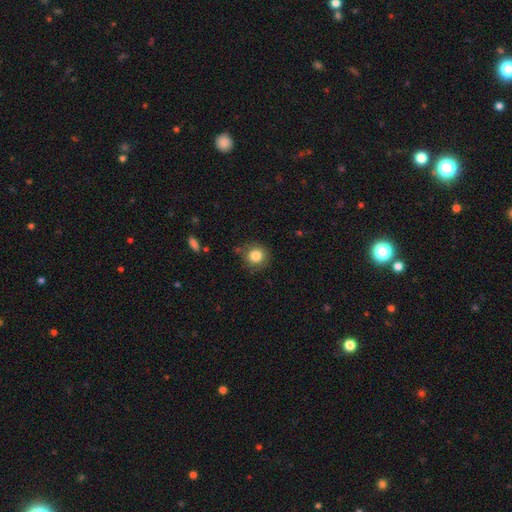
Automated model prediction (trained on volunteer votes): This appears to be a smooth galaxy with no disk features (83%) that is round (91%). Merging: none (83%).